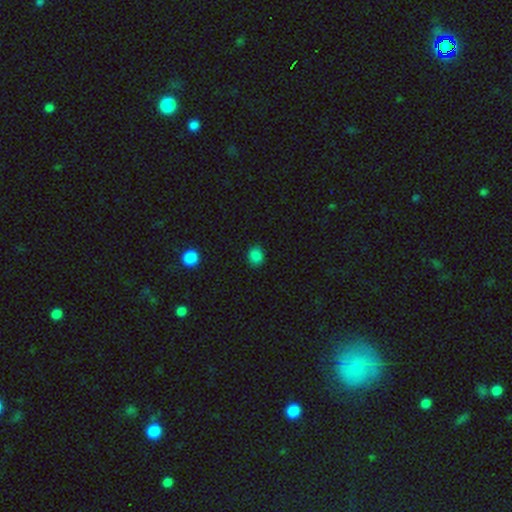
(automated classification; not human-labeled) Overall: smooth (84%). How rounded: round (59%; in between 40%). Merging: none (87%).